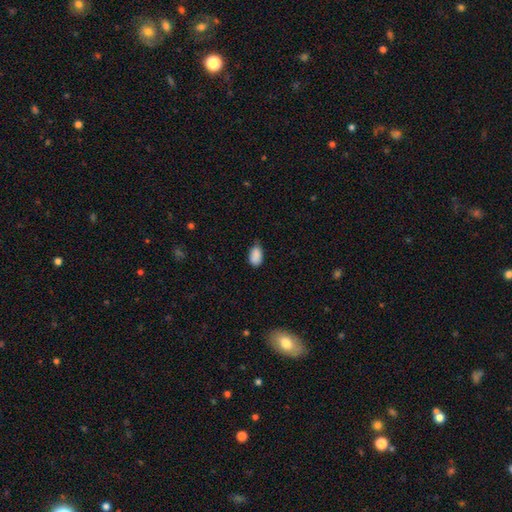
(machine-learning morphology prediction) This is clearly a smooth galaxy (88%). How rounded: clearly in between (92%). Merging: likely none (62%).